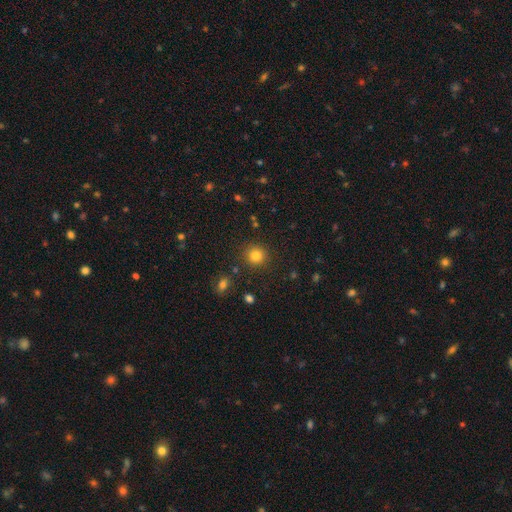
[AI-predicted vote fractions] Morphology: type=smooth (82%); roundness=round (92%); merging=none (88%).